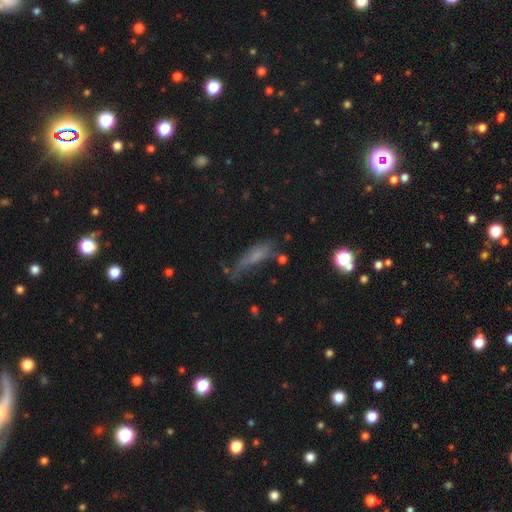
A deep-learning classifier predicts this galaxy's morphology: smooth_or_featured: smooth (p=0.58) [alt: featured or disk p=0.26]
how_rounded: cigar-shaped (p=0.63) [alt: in between p=0.34]
merging: none (p=0.42) [alt: minor disturbance p=0.29]